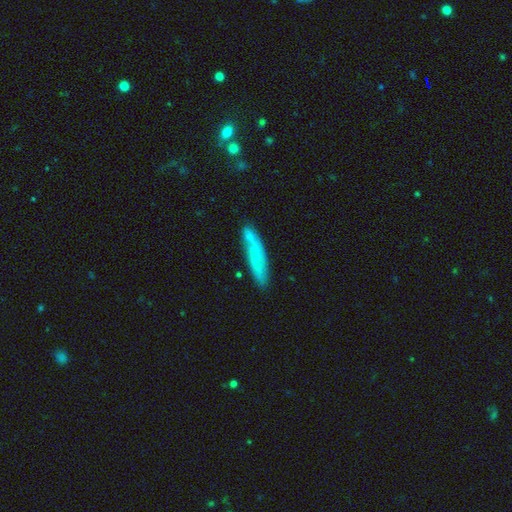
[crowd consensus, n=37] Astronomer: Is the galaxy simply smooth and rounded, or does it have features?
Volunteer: featured or disk — 54% (runner-up: smooth, 41%).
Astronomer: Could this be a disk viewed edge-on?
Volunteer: no — 75%.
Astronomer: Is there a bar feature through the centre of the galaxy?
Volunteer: no — 53% (runner-up: weak, 33%).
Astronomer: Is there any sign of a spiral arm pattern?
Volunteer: yes — 80%.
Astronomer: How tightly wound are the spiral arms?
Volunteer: medium — 42%, tied with loose at 42%.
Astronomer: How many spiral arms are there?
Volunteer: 2 — 92%.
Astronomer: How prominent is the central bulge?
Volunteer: none — 67%.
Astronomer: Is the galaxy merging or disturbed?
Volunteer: none — 80%.